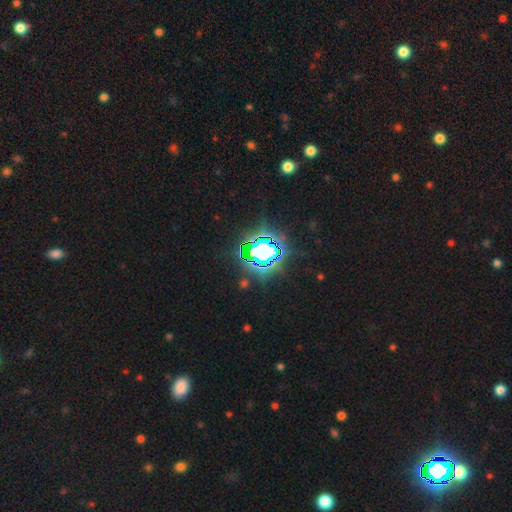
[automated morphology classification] Smooth or featured? star or artifact (82%)